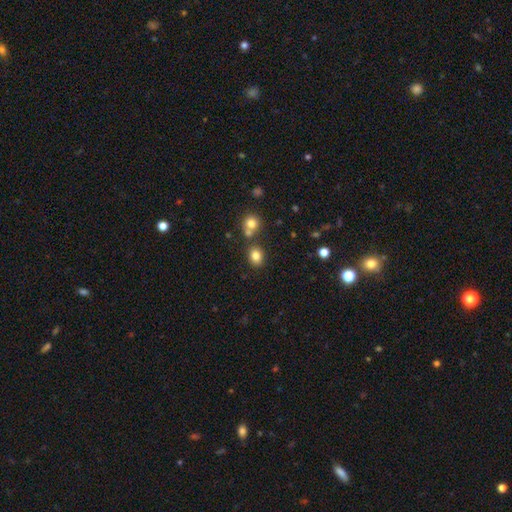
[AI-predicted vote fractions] Smooth or featured: smooth — 82% (star or artifact — 12%)
How rounded: in between — 54% (round — 45%)
Merging: none — 72% (merger — 15%)